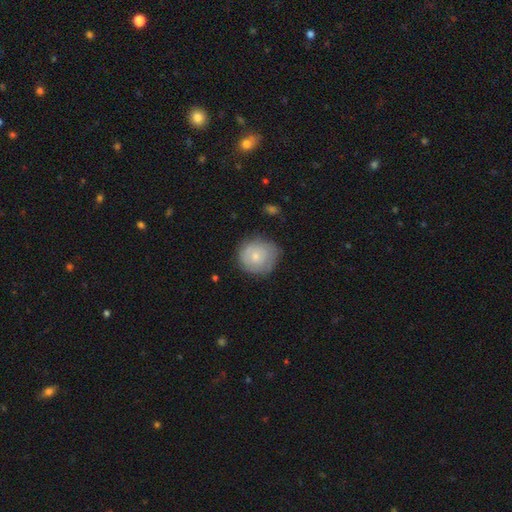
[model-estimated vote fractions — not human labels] This is likely a smooth galaxy (62%). How rounded: clearly round (89%). Merging: likely none (70%).